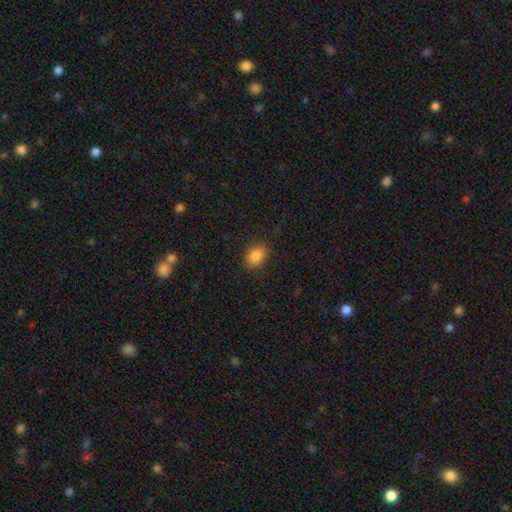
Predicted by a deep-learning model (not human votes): Smooth or featured? smooth (86%)
How rounded? in between (71%)
Merging? none (86%)